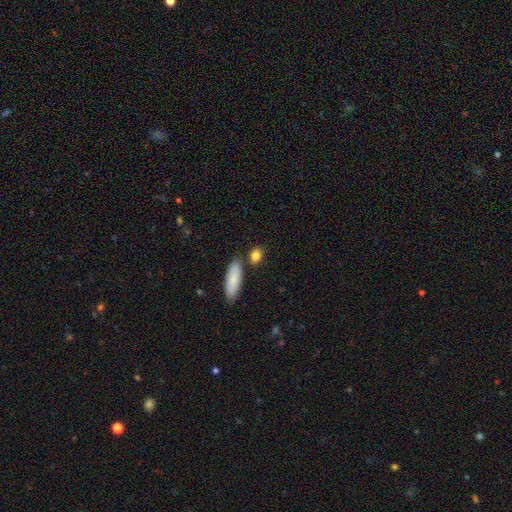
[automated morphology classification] Smooth or featured? Predicted: smooth (p=0.85). How rounded? Predicted: in between (p=0.52). Merging? Predicted: none (p=0.75).